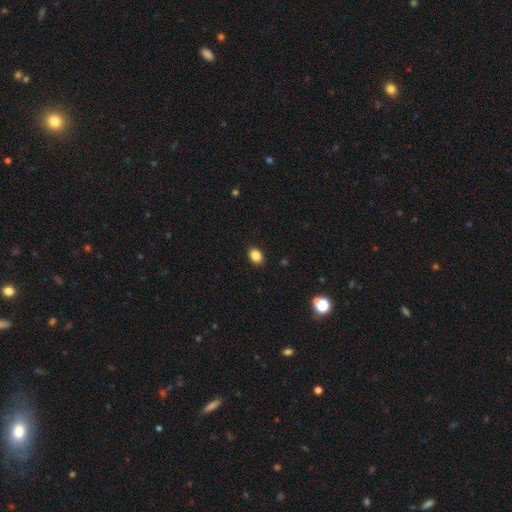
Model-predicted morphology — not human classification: A smooth galaxy with no disk features (86%) that is in between round and cigar-shaped (66%). Merging: none (91%).